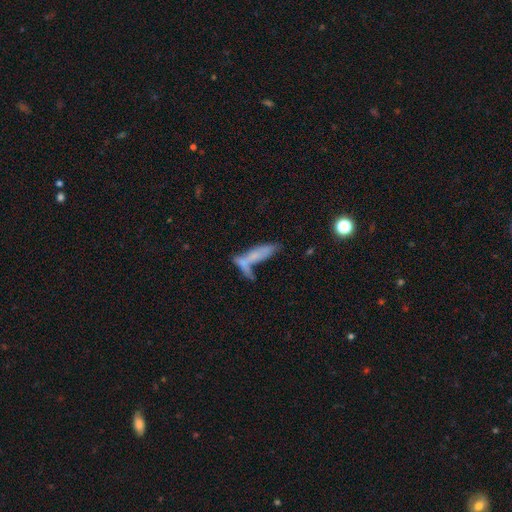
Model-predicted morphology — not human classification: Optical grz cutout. It shows a smooth galaxy with no disk features (59%) that is cigar-shaped (66%). Merging: merger (46%).